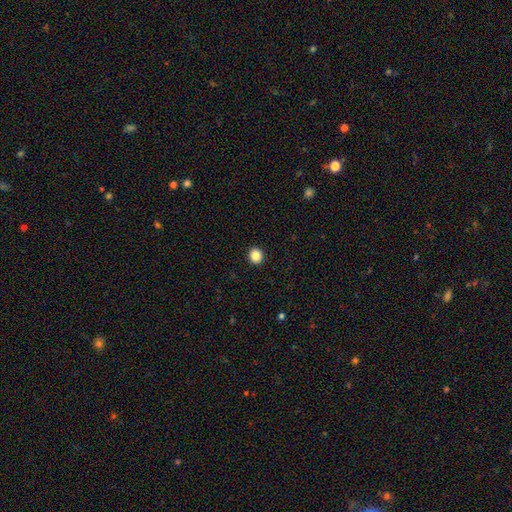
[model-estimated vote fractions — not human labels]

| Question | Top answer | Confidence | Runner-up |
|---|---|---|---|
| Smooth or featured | smooth | 86% | star or artifact (10%) |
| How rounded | round | 86% | in between (13%) |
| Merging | none | 93% | minor disturbance (4%) |